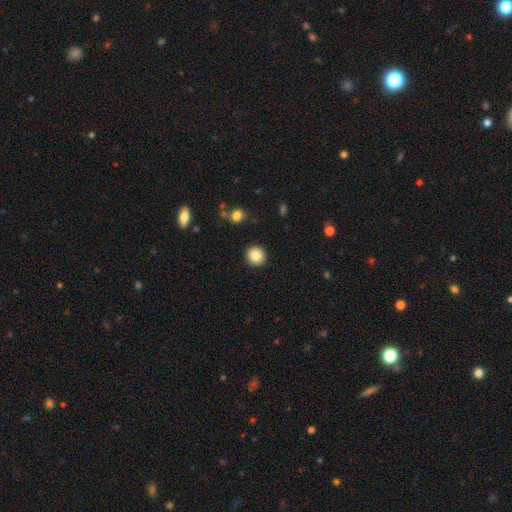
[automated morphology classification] This appears to be a smooth galaxy with no disk features (85%) that is round (91%). Merging: none (92%).